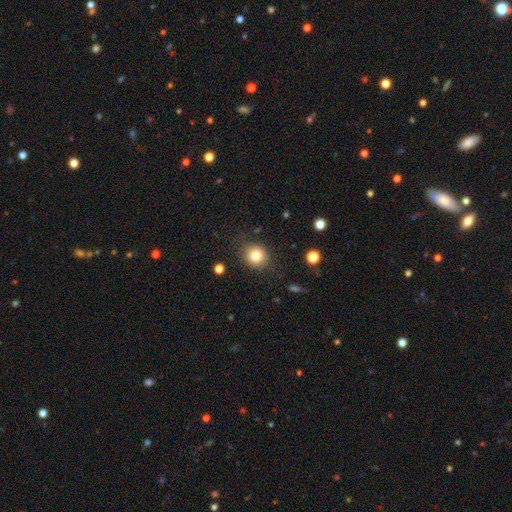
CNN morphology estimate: smooth-or-featured: smooth: 81% | star or artifact: 11% | featured or disk: 8%
  how-rounded: round: 86% | in between: 13% | cigar-shaped: 1%
  merging: none: 84% | minor disturbance: 11% | major disturbance: 3% | merger: 2%